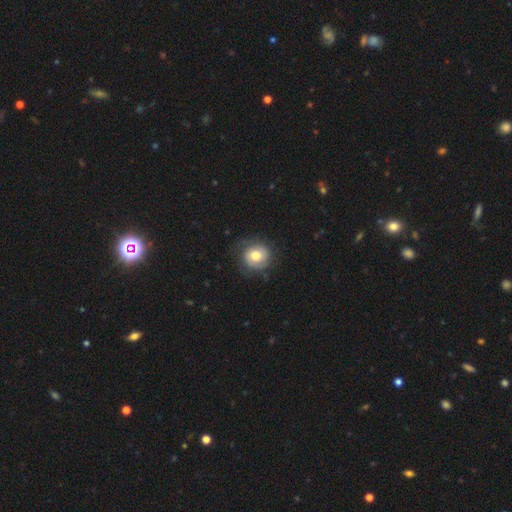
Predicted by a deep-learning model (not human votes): The model was most divided on "smooth or featured": smooth: 51%, featured or disk: 42%, star or artifact: 8%. More confident: how rounded — round (84%); merging — none (70%).